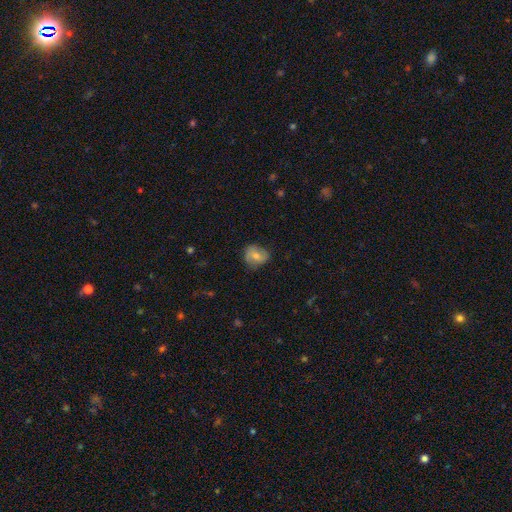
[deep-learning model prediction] A smooth galaxy with no disk features (62%) that is round (65%).

Vote fractions:
- Smooth or featured? smooth: 62% / featured or disk: 29% / star or artifact: 9%
- How rounded? round: 65% / in between: 34% / cigar-shaped: 1%
- Merging? none: 71% / minor disturbance: 22% / major disturbance: 6% / merger: 1%